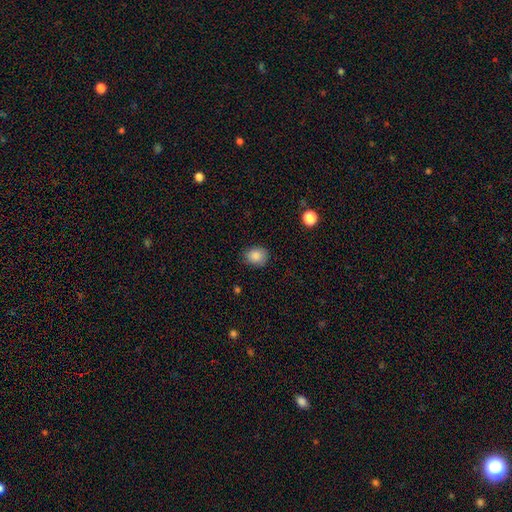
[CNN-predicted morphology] Q: Smooth or featured?
A: smooth (86%); runner-up: star or artifact (9%)
Q: How rounded?
A: round (59%); runner-up: in between (40%)
Q: Merging?
A: none (82%); runner-up: minor disturbance (14%)